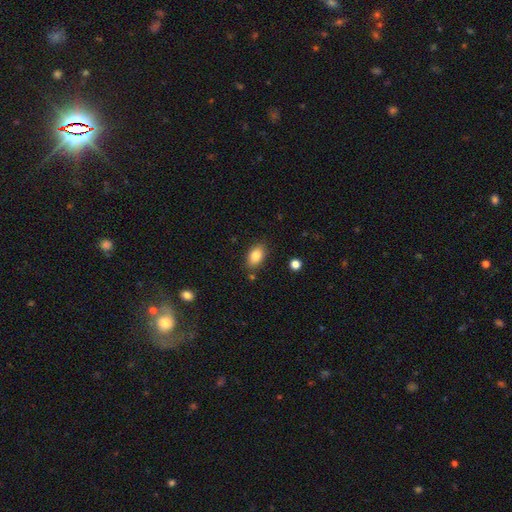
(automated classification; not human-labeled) Morphology: type=smooth (84%); roundness=in between (89%); merging=none (83%).